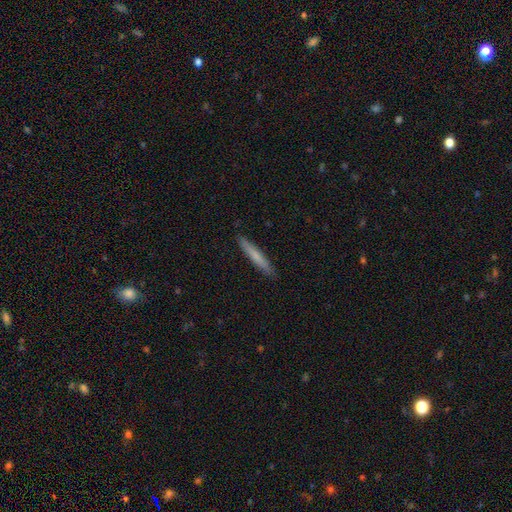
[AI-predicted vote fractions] Smooth or featured? Predicted: smooth (p=0.69). How rounded? Predicted: cigar-shaped (p=0.95). Merging? Predicted: none (p=0.91).